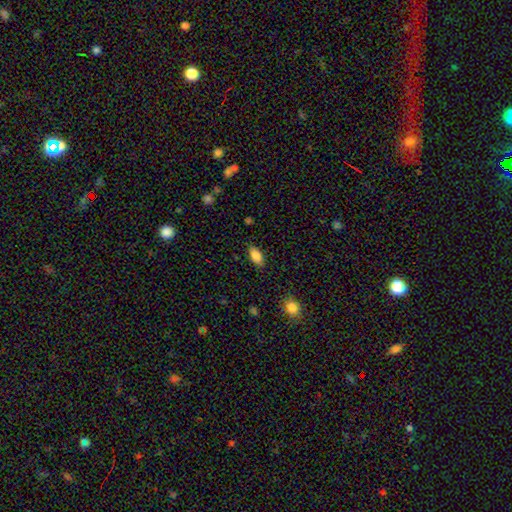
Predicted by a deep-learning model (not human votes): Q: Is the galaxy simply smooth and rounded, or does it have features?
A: smooth — 86%.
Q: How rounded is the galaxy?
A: in between — 90%.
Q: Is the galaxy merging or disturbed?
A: none — 85%.